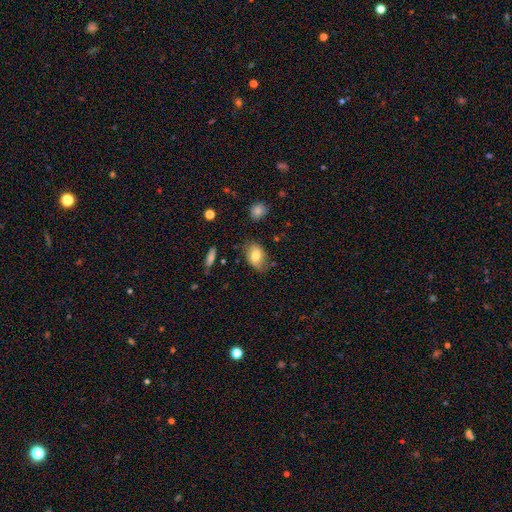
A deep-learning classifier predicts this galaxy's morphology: smooth 74%, featured or disk 18%, star or artifact 8%. Down the decision tree: how rounded — in between (85%); merging — none (72%).